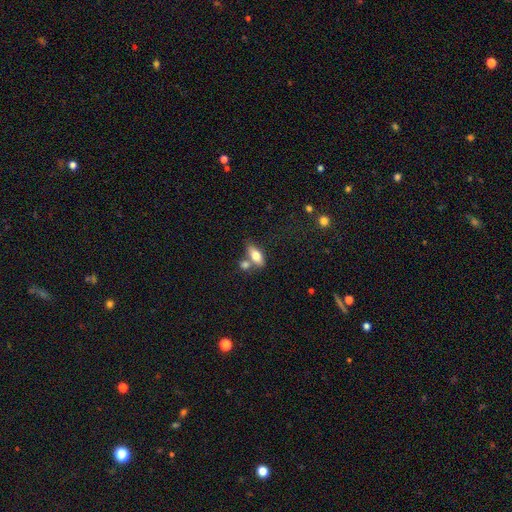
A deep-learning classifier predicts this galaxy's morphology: A smooth galaxy with no disk features (73%) that is in between round and cigar-shaped (80%).

Vote fractions:
- Smooth or featured? smooth: 73% / featured or disk: 20% / star or artifact: 7%
- How rounded? in between: 80% / cigar-shaped: 15% / round: 5%
- Merging? none: 52% / merger: 32% / minor disturbance: 12% / major disturbance: 4%